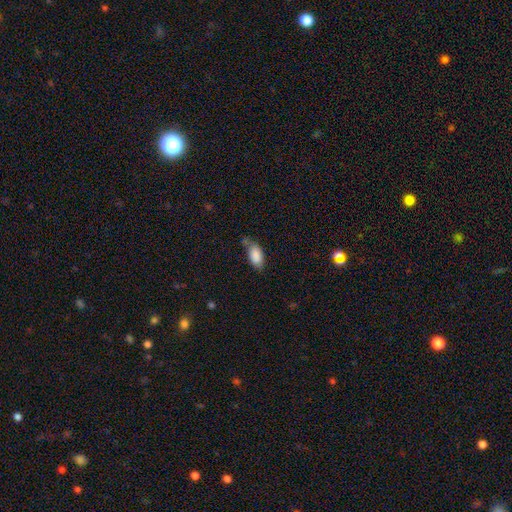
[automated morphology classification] smooth 85%, featured or disk 8%, star or artifact 7%. Down the decision tree: how rounded — in between (92%); merging — none (50%).